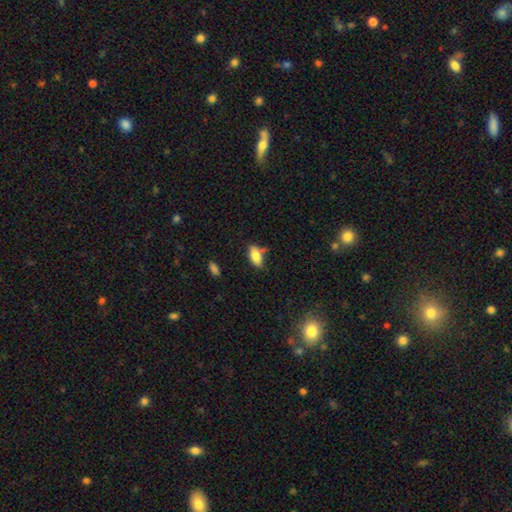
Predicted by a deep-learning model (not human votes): Smooth or featured: smooth — 83% (featured or disk — 9%)
How rounded: in between — 87% (cigar-shaped — 10%)
Merging: none — 67% (minor disturbance — 20%)